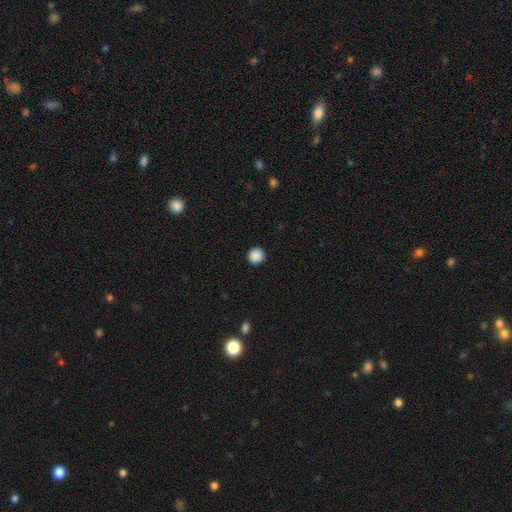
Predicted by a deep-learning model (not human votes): A smooth galaxy with no disk features (89%) that is round (95%).

Vote fractions:
- Smooth or featured? smooth: 89% / star or artifact: 9% / featured or disk: 2%
- How rounded? round: 95% / in between: 4% / cigar-shaped: 1%
- Merging? none: 93% / minor disturbance: 4% / major disturbance: 2% / merger: 1%